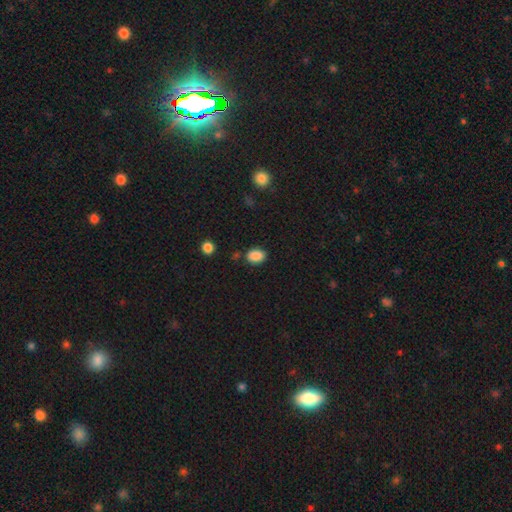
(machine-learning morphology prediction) Smooth or featured?
  - smooth: 87% *
  - star or artifact: 9%
  - featured or disk: 3%
How rounded?
  - in between: 75% *
  - round: 24%
  - cigar-shaped: 1%
Merging?
  - none: 79% *
  - minor disturbance: 14%
  - merger: 4%
  - major disturbance: 3%